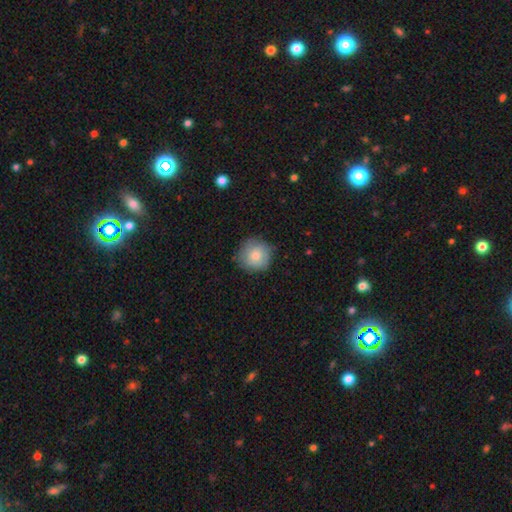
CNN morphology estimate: smooth_or_featured: smooth (p=0.77) [alt: featured or disk p=0.16]
how_rounded: round (p=0.93) [alt: in between p=0.06]
merging: none (p=0.80) [alt: minor disturbance p=0.16]